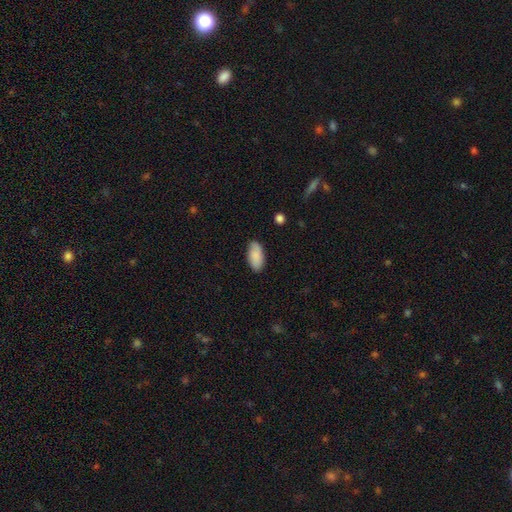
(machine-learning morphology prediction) Q: Smooth or featured?
A: smooth (84%); runner-up: featured or disk (9%)
Q: How rounded?
A: in between (93%); runner-up: cigar-shaped (5%)
Q: Merging?
A: none (81%); runner-up: minor disturbance (15%)